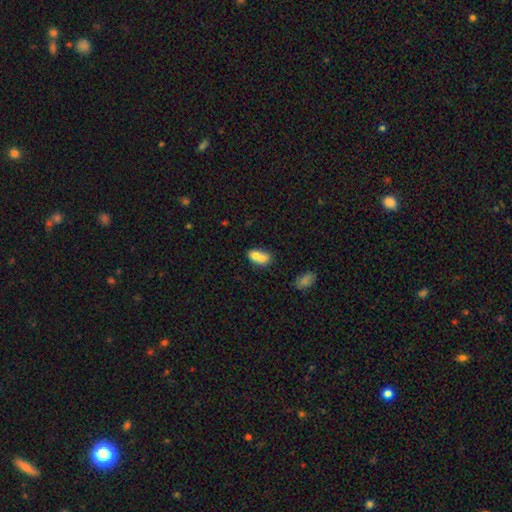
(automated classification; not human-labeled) smooth 69%, featured or disk 22%, star or artifact 9%. Down the decision tree: how rounded — in between (66%); merging — merger (68%).